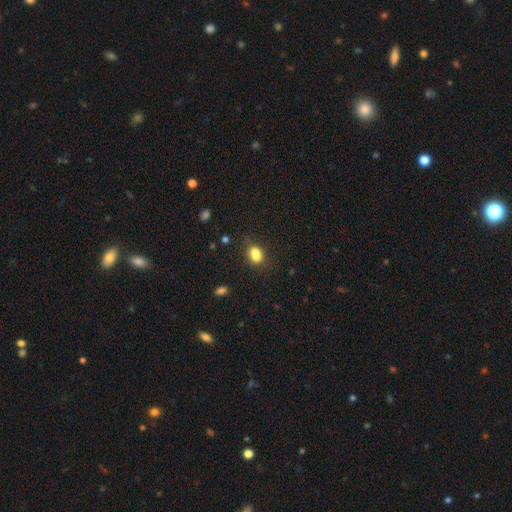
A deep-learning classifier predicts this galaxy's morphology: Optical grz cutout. It shows a smooth galaxy with no disk features (80%) that is in between round and cigar-shaped (72%). Merging: none (58%).